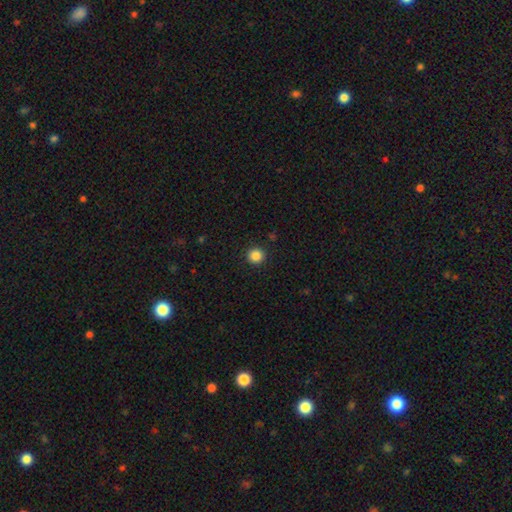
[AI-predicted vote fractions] Q: Smooth or featured?
A: smooth (86%); runner-up: star or artifact (11%)
Q: How rounded?
A: round (95%); runner-up: in between (4%)
Q: Merging?
A: none (93%); runner-up: minor disturbance (5%)